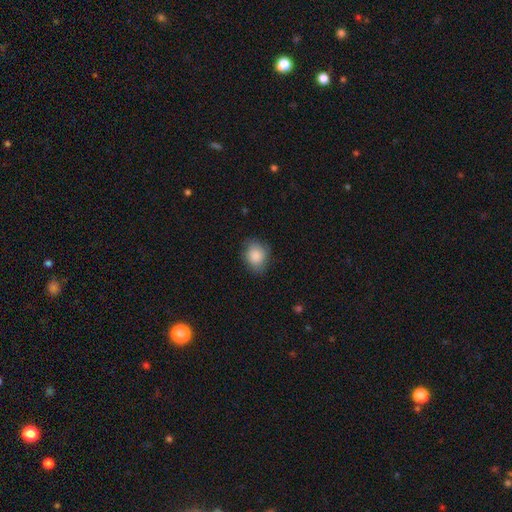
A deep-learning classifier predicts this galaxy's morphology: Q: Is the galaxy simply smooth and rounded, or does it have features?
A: smooth — 86%.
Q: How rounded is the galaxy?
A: round — 55%.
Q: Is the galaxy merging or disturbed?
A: none — 75%.